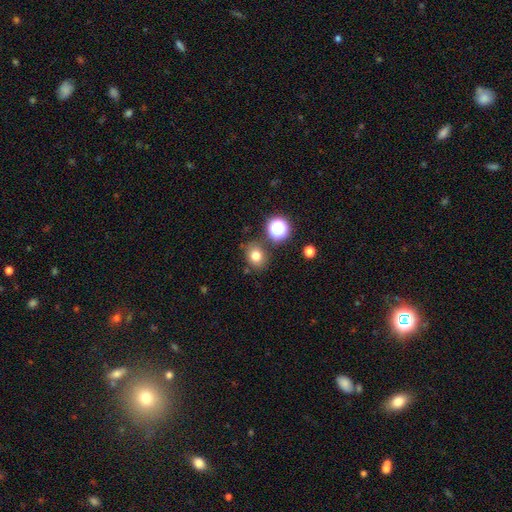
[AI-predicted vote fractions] The model was most divided on "how rounded": round: 61%, in between: 39%, cigar-shaped: 1%. More confident: merging — none (78%); smooth or featured — smooth (76%).